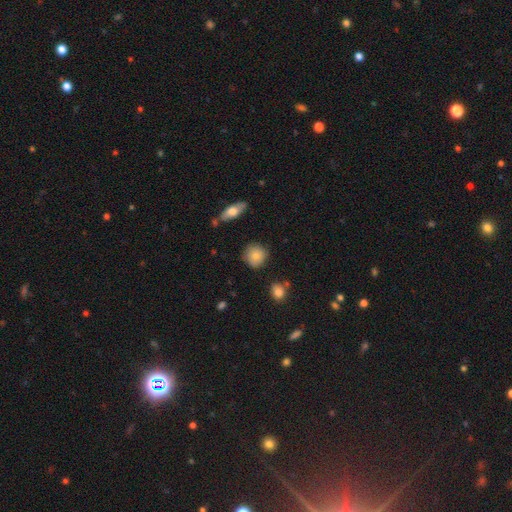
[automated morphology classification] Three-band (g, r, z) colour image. It shows a smooth galaxy with no disk features (81%) that is round (86%). Merging: none (81%).